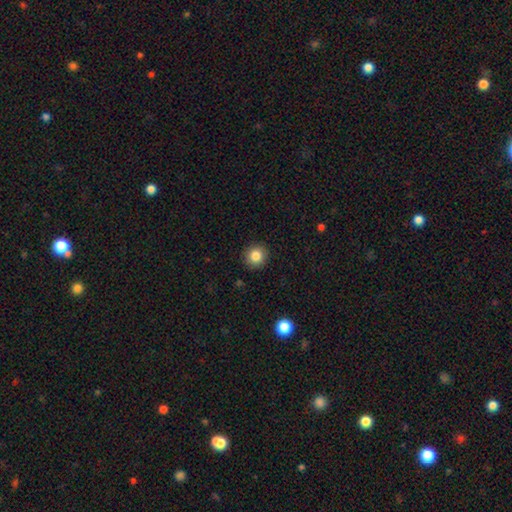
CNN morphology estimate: Q: Smooth or featured?
A: smooth (85%); runner-up: star or artifact (10%)
Q: How rounded?
A: round (92%); runner-up: in between (7%)
Q: Merging?
A: none (91%); runner-up: minor disturbance (6%)